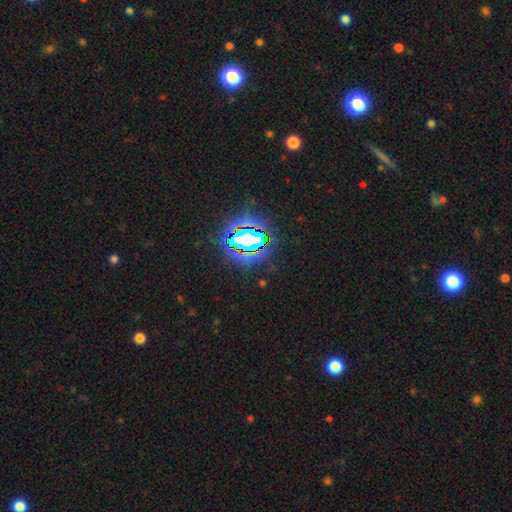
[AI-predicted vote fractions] Morphology: type=star or artifact (83%).